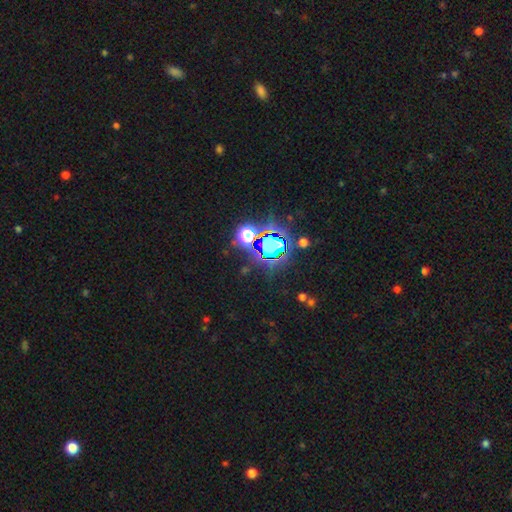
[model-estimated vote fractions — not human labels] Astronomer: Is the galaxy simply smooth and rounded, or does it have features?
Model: star or artifact — 83%.